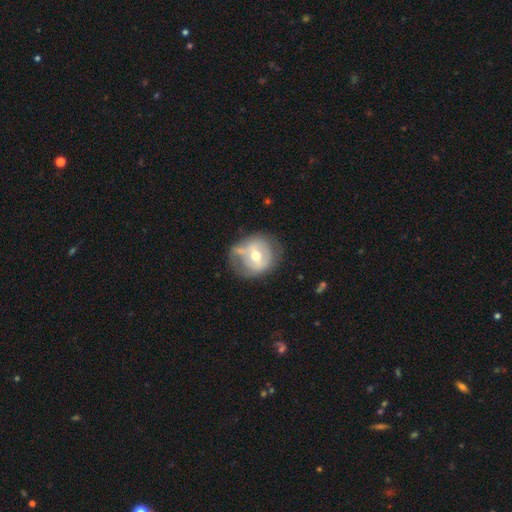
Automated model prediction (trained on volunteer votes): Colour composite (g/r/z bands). It shows a featured or disk galaxy (56%) with a weak bar (42%), no spiral arms (65%) and a moderate central bulge (70%). Merging: none (49%).